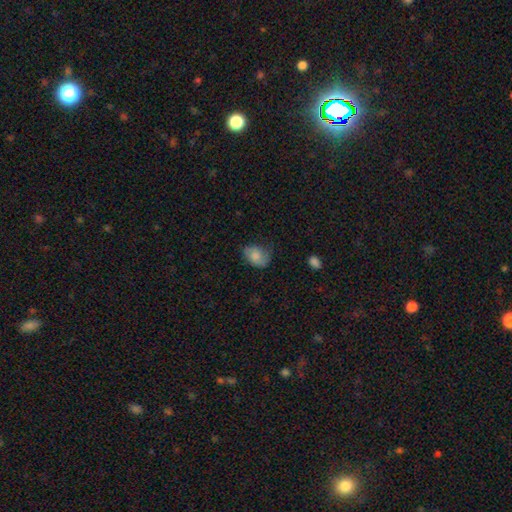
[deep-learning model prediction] smooth_or_featured: smooth (p=0.70) [alt: featured or disk p=0.21]
how_rounded: in between (p=0.72) [alt: round p=0.27]
merging: none (p=0.55) [alt: minor disturbance p=0.30]